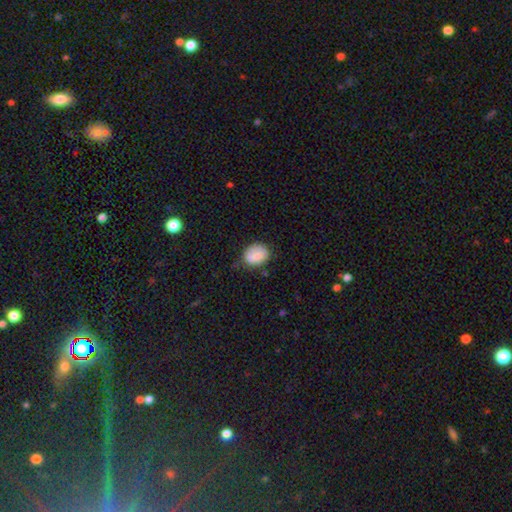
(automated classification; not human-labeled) Overall: smooth (79%). How rounded: round (52%; in between 47%). Merging: none (64%; minor disturbance 27%).